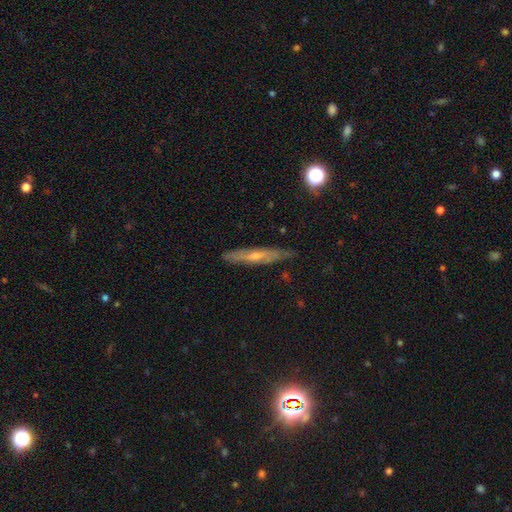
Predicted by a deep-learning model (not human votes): This appears to be a featured or disk galaxy (60%) viewed edge-on (78%). Merging: none (82%).